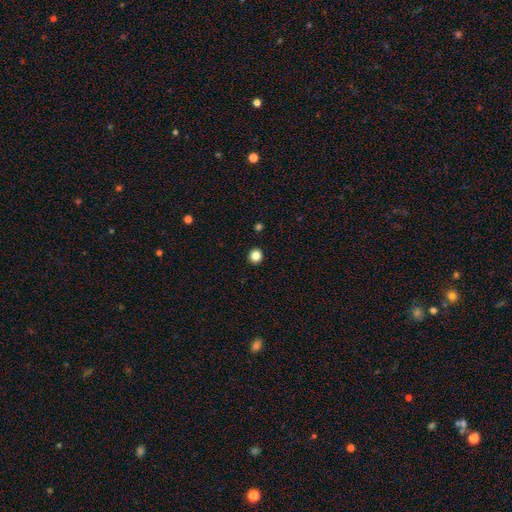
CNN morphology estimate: Smooth or featured?
  - smooth: 86% *
  - star or artifact: 11%
  - featured or disk: 3%
How rounded?
  - round: 93% *
  - in between: 6%
  - cigar-shaped: 1%
Merging?
  - none: 93% *
  - minor disturbance: 4%
  - major disturbance: 1%
  - merger: 1%